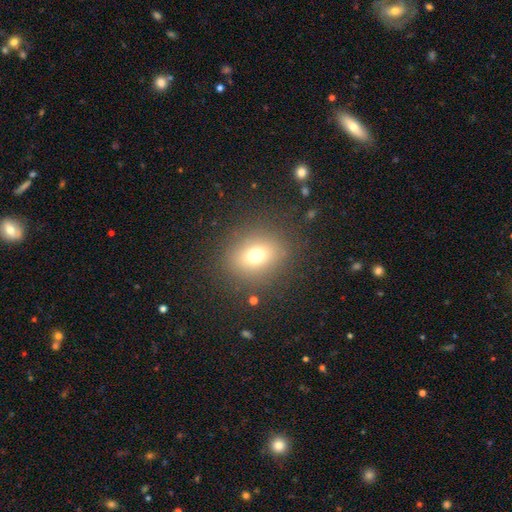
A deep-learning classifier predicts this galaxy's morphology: smooth_or_featured: smooth (p=0.70) [alt: star or artifact p=0.17]
how_rounded: round (p=0.60) [alt: in between p=0.39]
merging: none (p=0.85) [alt: minor disturbance p=0.09]